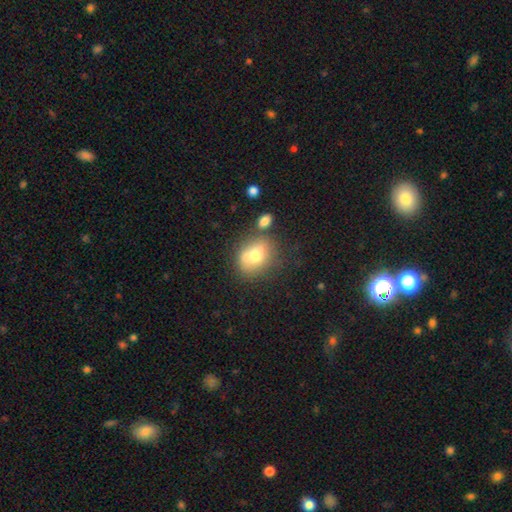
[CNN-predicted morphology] Smooth or featured? Predicted: smooth (p=0.68). How rounded? Predicted: in between (p=0.53). Merging? Predicted: none (p=0.54).